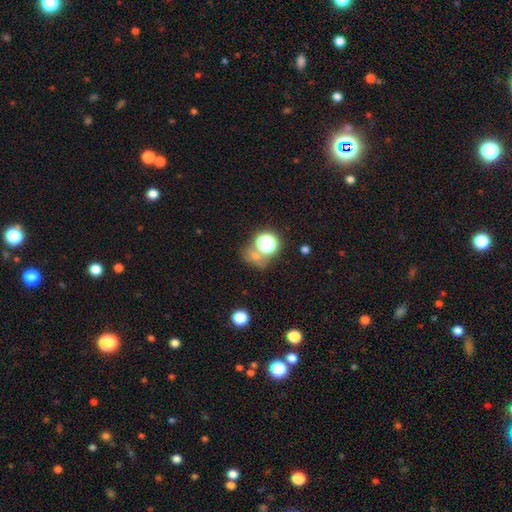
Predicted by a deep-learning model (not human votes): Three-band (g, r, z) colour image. It shows a star or artifact, not a galaxy (53%).